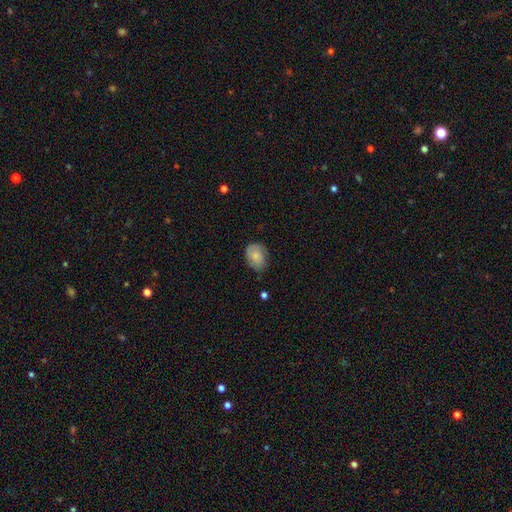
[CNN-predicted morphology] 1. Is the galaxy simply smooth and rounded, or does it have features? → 70% smooth, 23% featured or disk, 7% star or artifact.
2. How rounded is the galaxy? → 63% in between, 36% round, 1% cigar-shaped.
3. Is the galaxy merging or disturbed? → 62% none, 29% minor disturbance, 7% major disturbance, 1% merger.